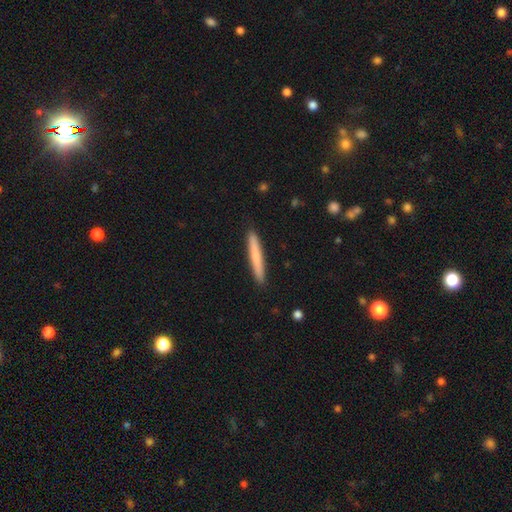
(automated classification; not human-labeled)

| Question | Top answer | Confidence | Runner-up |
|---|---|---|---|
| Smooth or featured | smooth | 72% | featured or disk (23%) |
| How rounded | cigar-shaped | 96% | in between (3%) |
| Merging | none | 92% | minor disturbance (6%) |